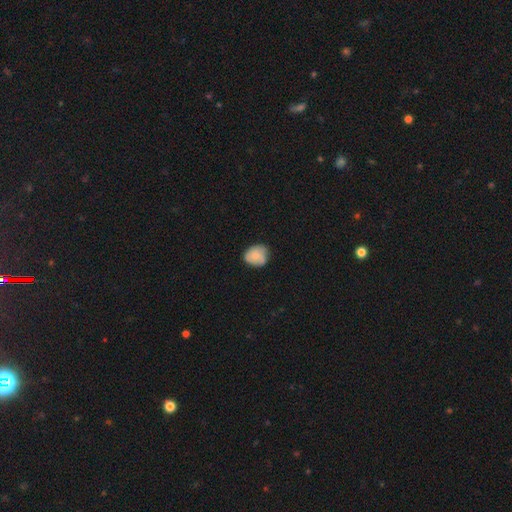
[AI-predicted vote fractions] smooth-or-featured: smooth: 76% | featured or disk: 16% | star or artifact: 8%
  how-rounded: round: 59% | in between: 40% | cigar-shaped: 1%
  merging: none: 64% | minor disturbance: 29% | major disturbance: 5% | merger: 2%